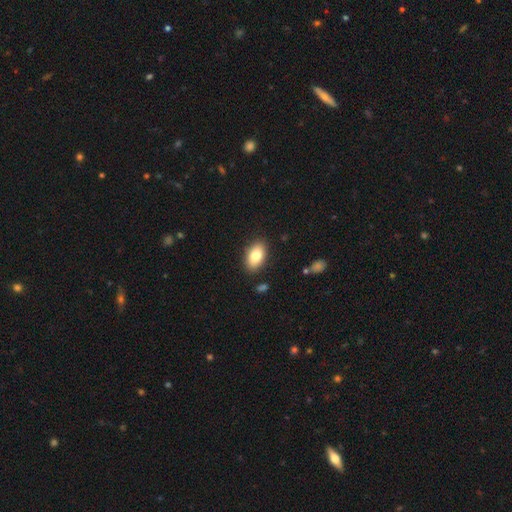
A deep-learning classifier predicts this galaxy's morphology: Smooth or featured? Predicted: smooth (p=0.82). How rounded? Predicted: in between (p=0.91). Merging? Predicted: none (p=0.86).